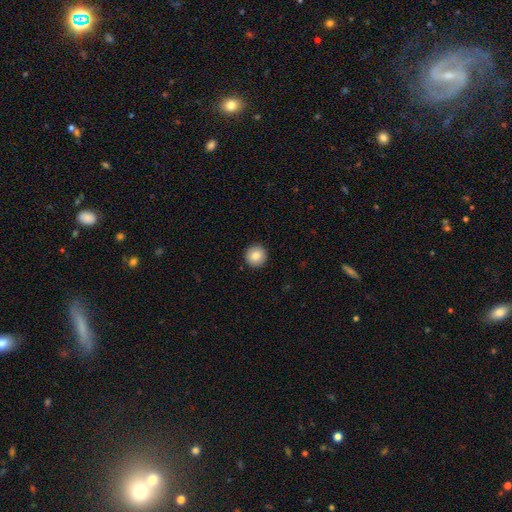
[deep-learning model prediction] Smooth or featured? smooth (85%)
How rounded? round (96%)
Merging? none (93%)